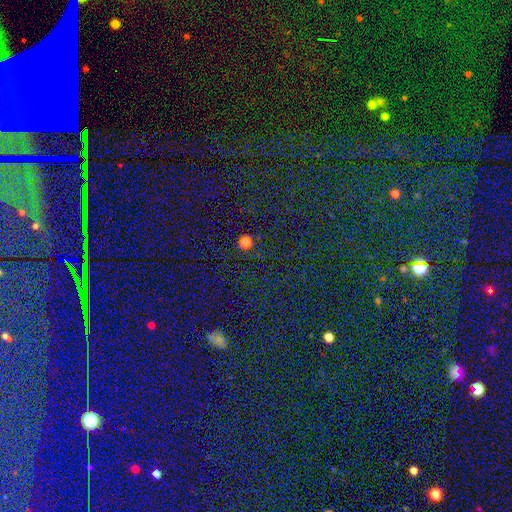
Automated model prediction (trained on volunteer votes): smooth_or_featured: star or artifact (p=0.81) [alt: smooth p=0.11]